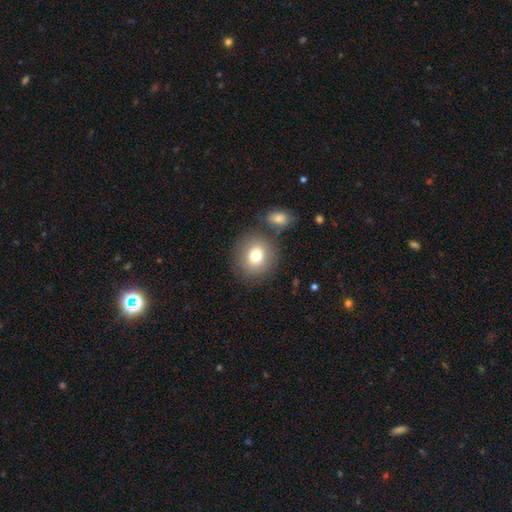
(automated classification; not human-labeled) Smooth or featured?
  - smooth: 77% *
  - featured or disk: 13%
  - star or artifact: 10%
How rounded?
  - round: 84% *
  - in between: 15%
  - cigar-shaped: 1%
Merging?
  - none: 75% *
  - merger: 12%
  - minor disturbance: 10%
  - major disturbance: 4%